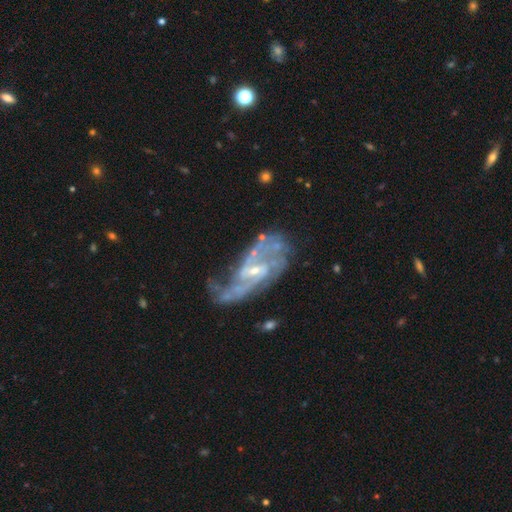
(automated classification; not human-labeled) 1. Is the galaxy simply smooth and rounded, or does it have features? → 81% featured or disk, 9% star or artifact, 9% smooth.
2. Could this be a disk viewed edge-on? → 93% no, 7% yes.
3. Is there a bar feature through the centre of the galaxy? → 48% weak, 34% no, 19% strong.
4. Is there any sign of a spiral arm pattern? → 83% yes, 17% no.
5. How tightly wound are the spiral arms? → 40% loose, 39% medium, 21% tight.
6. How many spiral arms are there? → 46% 2, 27% can't tell, 11% 3, 8% 1, 4% 4, 4% more than 4.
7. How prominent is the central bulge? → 58% small, 29% moderate, 10% none, 2% large, 1% dominant.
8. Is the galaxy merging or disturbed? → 42% none, 27% major disturbance, 22% minor disturbance, 9% merger.